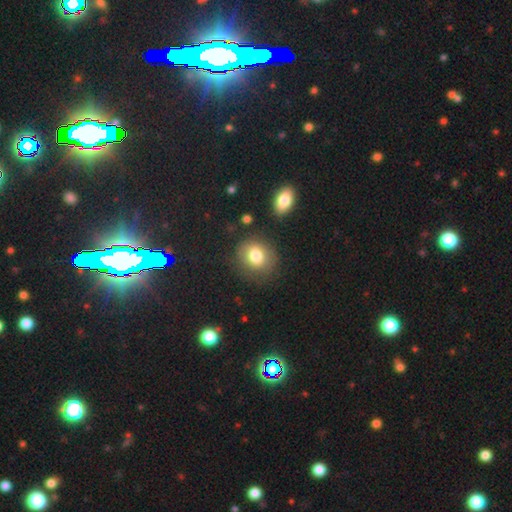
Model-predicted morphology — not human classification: A smooth galaxy with no disk features (79%) that is round (77%).

Vote fractions:
- Smooth or featured? smooth: 79% / featured or disk: 11% / star or artifact: 10%
- How rounded? round: 77% / in between: 22% / cigar-shaped: 1%
- Merging? none: 78% / minor disturbance: 13% / major disturbance: 5% / merger: 4%